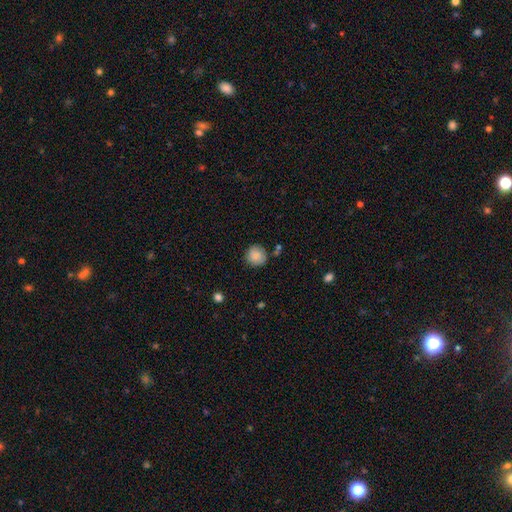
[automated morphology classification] type=smooth (85%); roundness=round (90%); merging=none (79%).